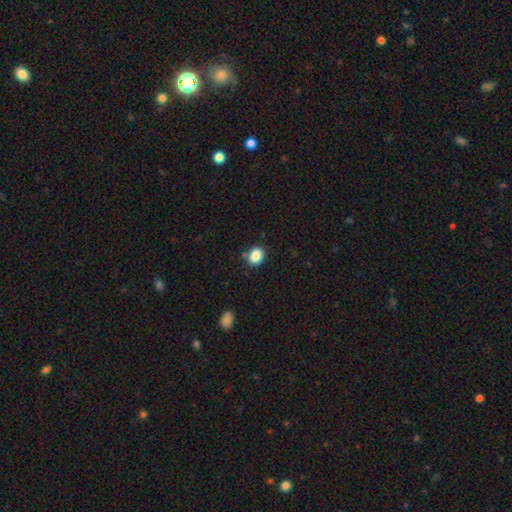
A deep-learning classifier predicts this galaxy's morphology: The model was most divided on "how rounded": round: 52%, in between: 47%, cigar-shaped: 1%. More confident: smooth or featured — smooth (87%); merging — none (83%).